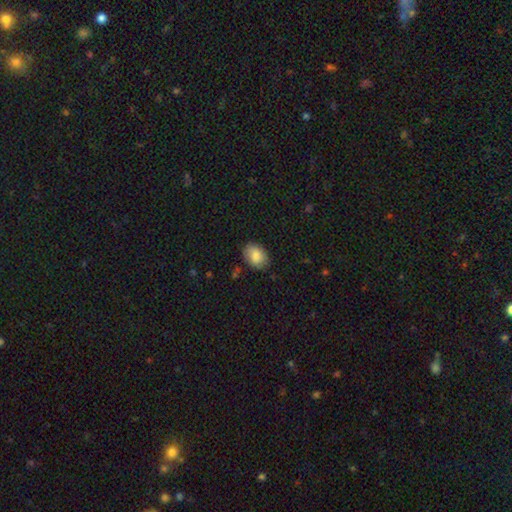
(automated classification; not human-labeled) Q: Smooth or featured?
A: smooth (83%); runner-up: featured or disk (10%)
Q: How rounded?
A: in between (73%); runner-up: round (26%)
Q: Merging?
A: none (81%); runner-up: minor disturbance (14%)